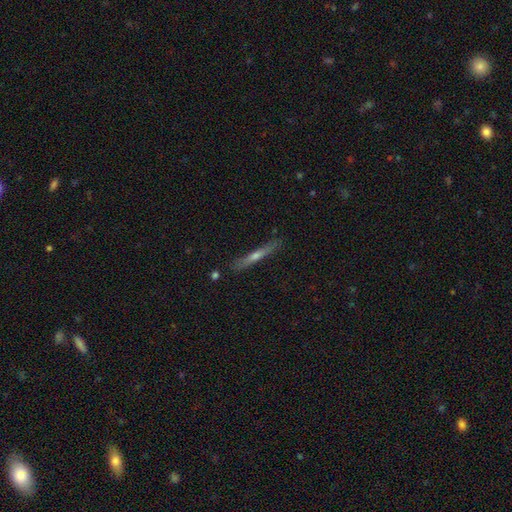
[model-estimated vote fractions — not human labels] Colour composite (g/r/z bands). It shows a featured or disk galaxy (66%) viewed edge-on (96%) with a rounded central bulge (77%). Merging: none (88%).